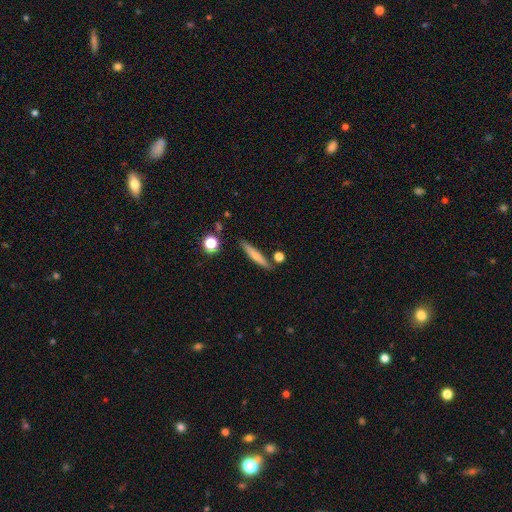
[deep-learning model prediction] A smooth galaxy with no disk features (61%) that is cigar-shaped (91%). Merging: none (84%).